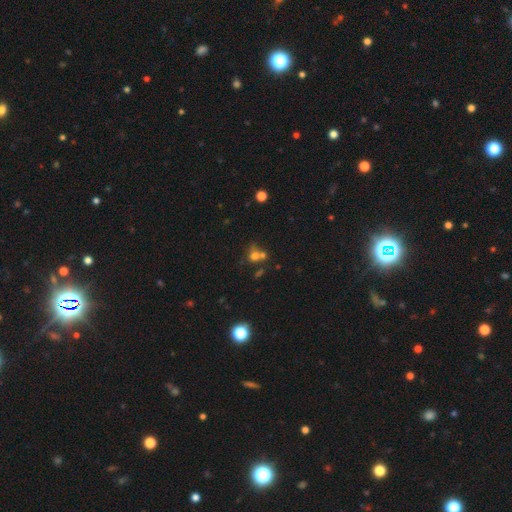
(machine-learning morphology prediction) This appears to be a smooth galaxy with no disk features (63%) that is round (71%). Merging: merger (43%).